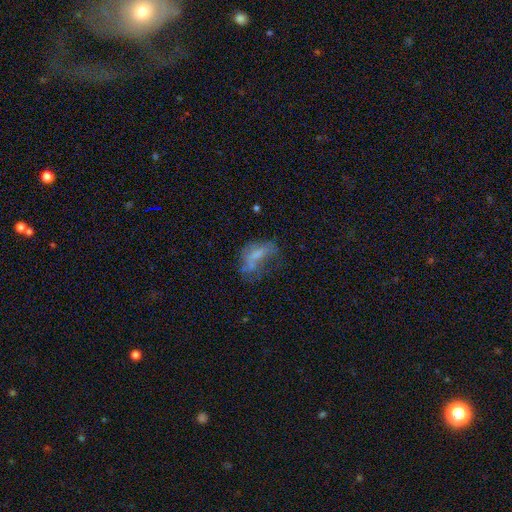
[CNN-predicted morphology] This appears to be a smooth galaxy with no disk features (51%) that is in between round and cigar-shaped (82%). Merging: major disturbance (39%).